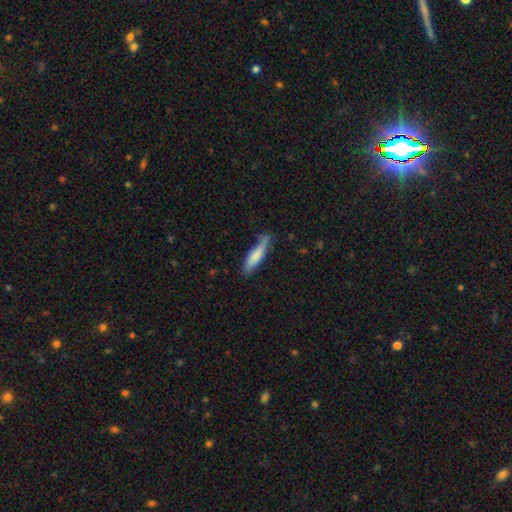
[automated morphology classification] type=smooth (74%); roundness=cigar-shaped (76%); merging=none (67%).